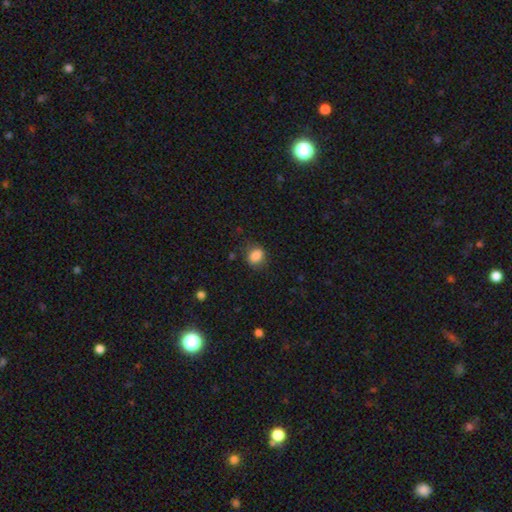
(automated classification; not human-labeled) Overall: smooth (84%). How rounded: in between (55%; round 43%). Merging: none (78%).